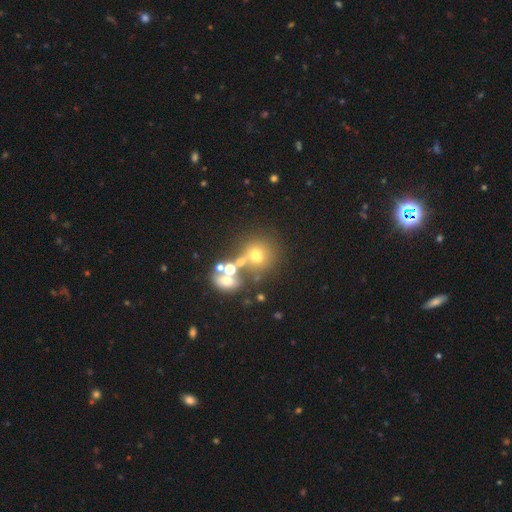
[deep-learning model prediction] A smooth galaxy with no disk features (58%) that is round (79%). Merging: none (44%).